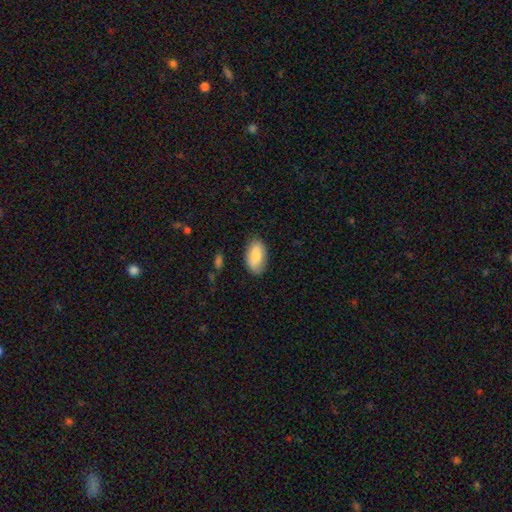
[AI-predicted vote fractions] smooth 78%, featured or disk 16%, star or artifact 6%. Down the decision tree: how rounded — in between (94%); merging — none (81%).